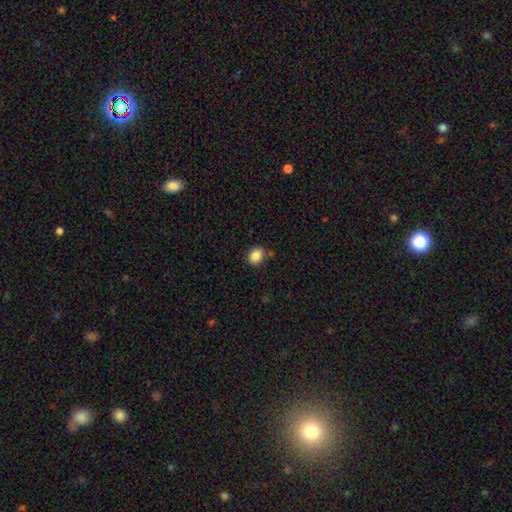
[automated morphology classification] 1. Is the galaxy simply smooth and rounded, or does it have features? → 87% smooth, 9% star or artifact, 4% featured or disk.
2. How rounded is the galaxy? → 54% round, 45% in between, 1% cigar-shaped.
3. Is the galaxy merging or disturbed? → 80% none, 12% minor disturbance, 5% merger, 3% major disturbance.